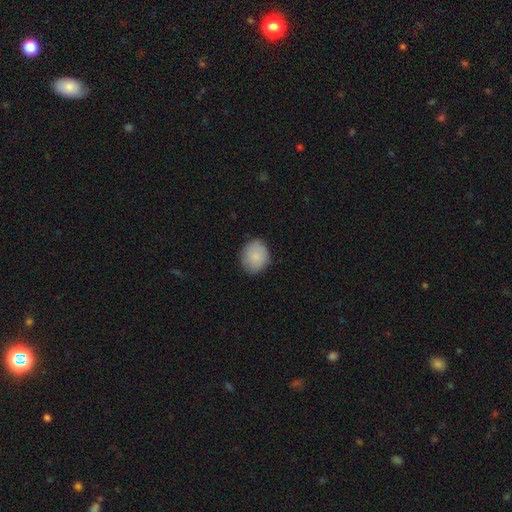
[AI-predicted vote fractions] Smooth or featured? smooth (85%)
How rounded? round (76%)
Merging? none (82%)